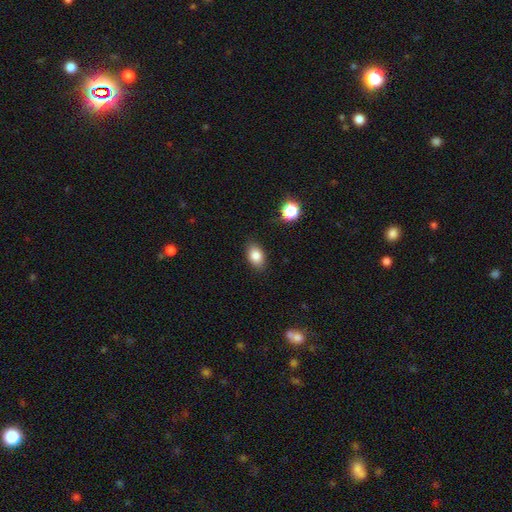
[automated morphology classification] Smooth or featured: smooth — 83% (star or artifact — 10%)
How rounded: in between — 85% (round — 13%)
Merging: none — 86% (minor disturbance — 10%)